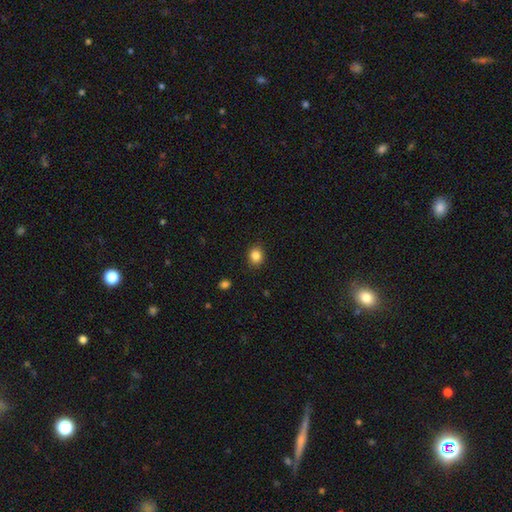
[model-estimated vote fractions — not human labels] Smooth or featured? Predicted: smooth (p=0.86). How rounded? Predicted: round (p=0.63). Merging? Predicted: none (p=0.88).